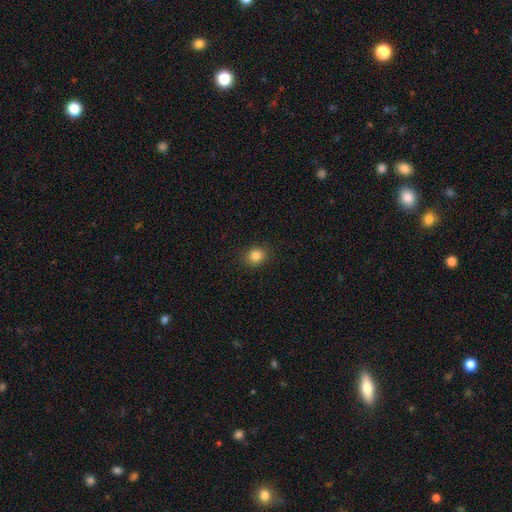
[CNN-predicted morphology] smooth-or-featured: smooth: 84% | star or artifact: 11% | featured or disk: 5%
  how-rounded: round: 72% | in between: 27% | cigar-shaped: 1%
  merging: none: 89% | minor disturbance: 8% | major disturbance: 2% | merger: 1%